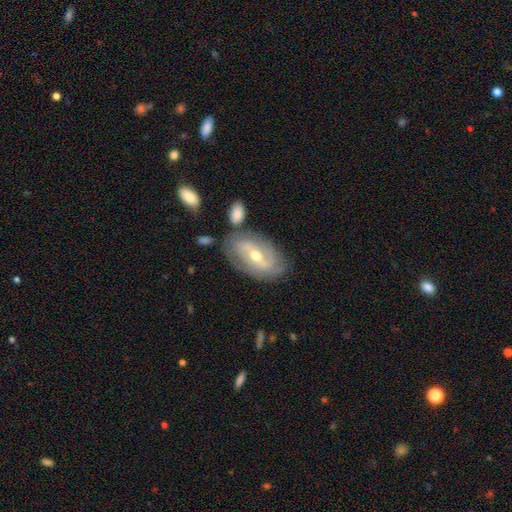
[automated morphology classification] featured or disk 77%, smooth 16%, star or artifact 6%. Down the decision tree: edge-on disk — no (94%); bar — weak (43%); spiral arms — yes (85%); spiral arm count — 2 (58%); spiral winding — tight (46%); bulge size — moderate (63%); merging — none (72%).